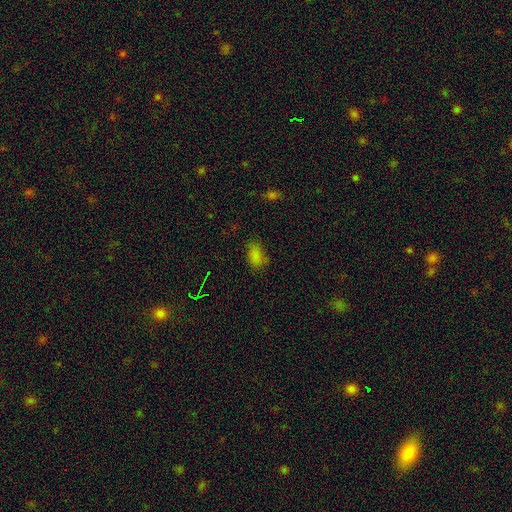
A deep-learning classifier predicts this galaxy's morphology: smooth-or-featured: smooth: 75% | star or artifact: 19% | featured or disk: 6%
  how-rounded: in between: 87% | round: 11% | cigar-shaped: 2%
  merging: none: 65% | minor disturbance: 24% | major disturbance: 8% | merger: 3%